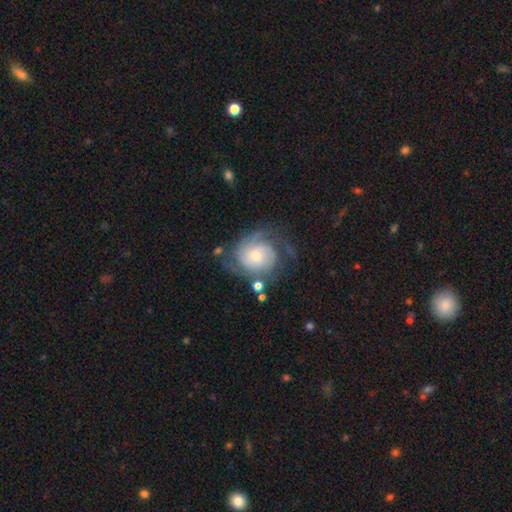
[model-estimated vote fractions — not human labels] Overall: featured or disk (77%). Edge-on disk: no (98%). Bar: no (73%). Spiral arms: yes (92%). Spiral arm count: 2 (36%; can't tell 28%). Spiral winding: tight (53%; medium 34%). Bulge size: small (52%; moderate 38%). Merging: none (60%).